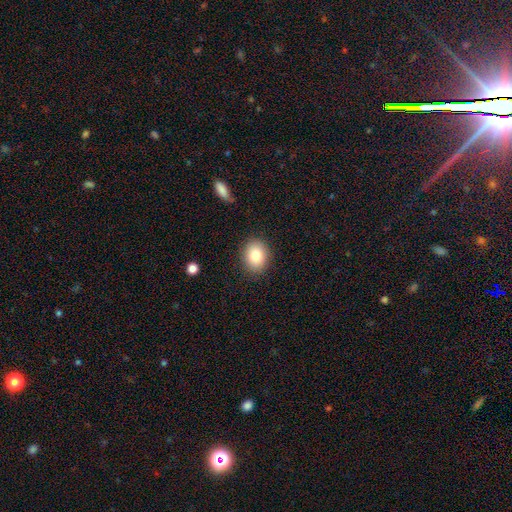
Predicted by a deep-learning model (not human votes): The model was most divided on "how rounded": in between: 51%, round: 48%, cigar-shaped: 1%. More confident: merging — none (87%); smooth or featured — smooth (83%).